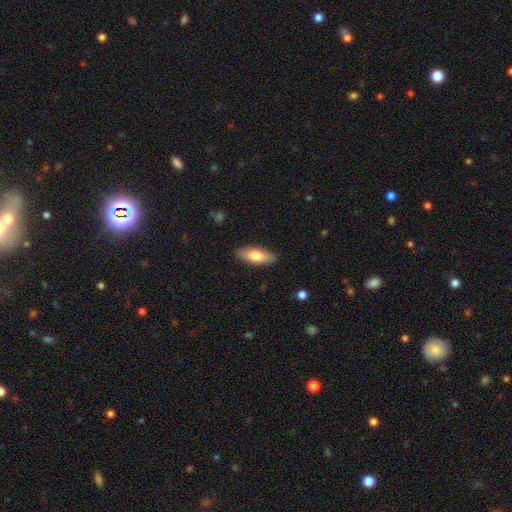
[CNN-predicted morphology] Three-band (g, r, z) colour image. It shows a smooth galaxy with no disk features (76%) that is in between round and cigar-shaped (76%). Merging: none (87%).